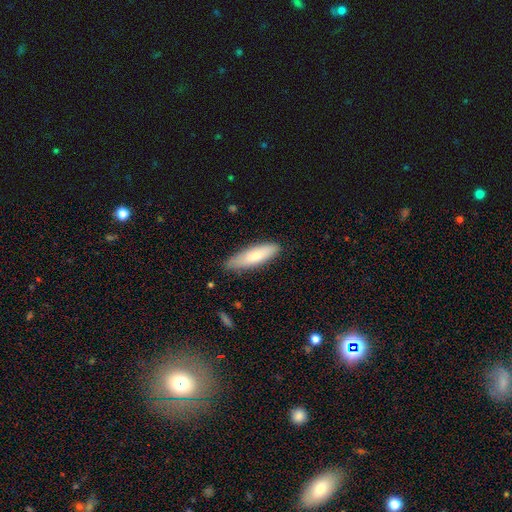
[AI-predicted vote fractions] Smooth or featured: smooth — 73% (featured or disk — 21%)
How rounded: cigar-shaped — 58% (in between — 41%)
Merging: none — 81% (minor disturbance — 15%)